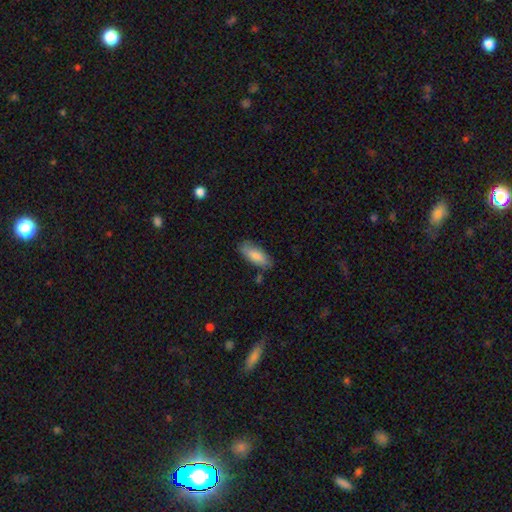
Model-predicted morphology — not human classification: Smooth or featured: smooth — 83% (featured or disk — 11%)
How rounded: in between — 79% (cigar-shaped — 19%)
Merging: none — 76% (minor disturbance — 17%)